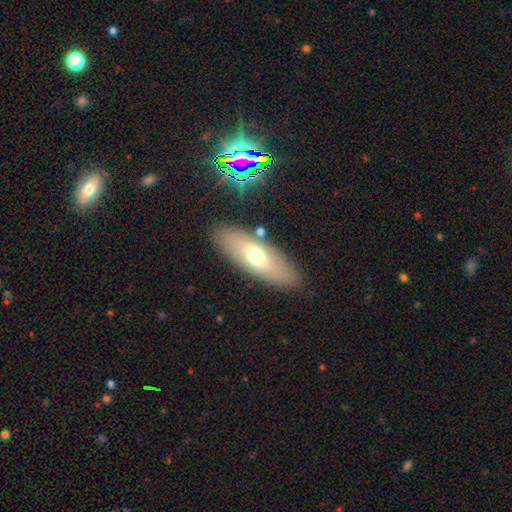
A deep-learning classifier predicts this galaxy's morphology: Overall: smooth (61%; featured or disk 29%). How rounded: in between (70%). Merging: none (84%).